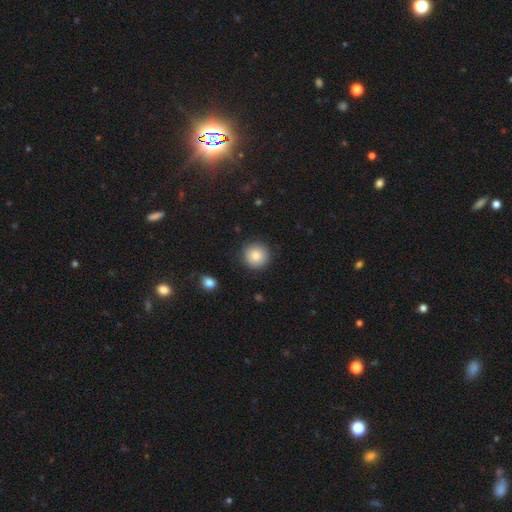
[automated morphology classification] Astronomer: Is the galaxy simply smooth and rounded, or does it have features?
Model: smooth — 83%.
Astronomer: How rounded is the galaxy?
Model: round — 95%.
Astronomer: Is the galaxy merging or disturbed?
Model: none — 90%.